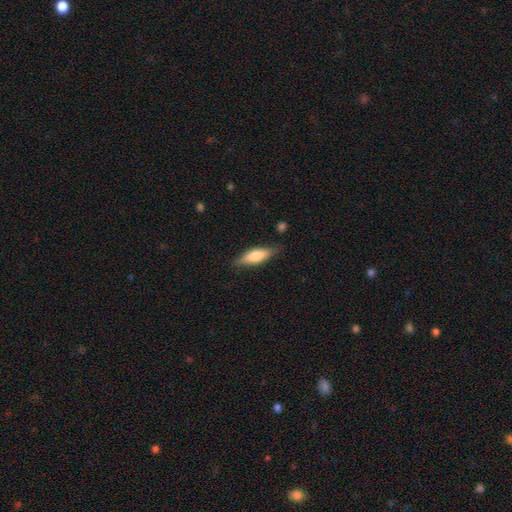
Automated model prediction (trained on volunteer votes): Smooth or featured? smooth (66%)
How rounded? in between (59%)
Merging? none (79%)